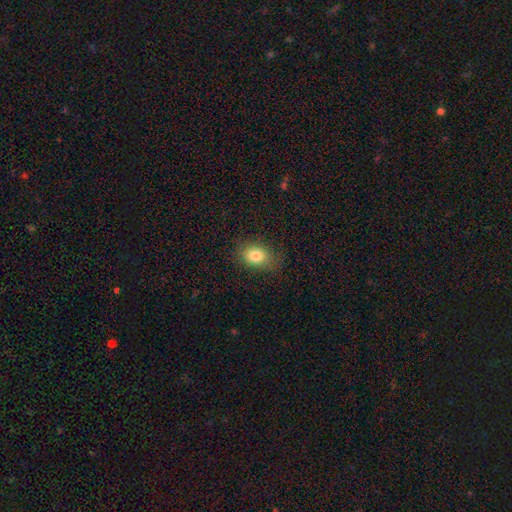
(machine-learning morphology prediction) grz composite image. It shows a smooth galaxy with no disk features (81%) that is in between round and cigar-shaped (68%). Merging: none (81%).